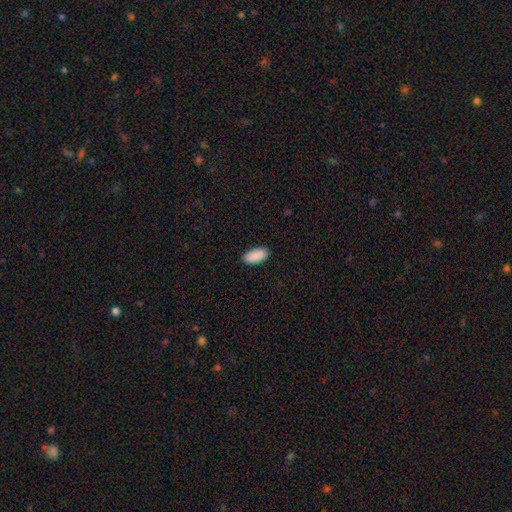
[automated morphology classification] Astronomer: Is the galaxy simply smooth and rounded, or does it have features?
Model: smooth — 91%.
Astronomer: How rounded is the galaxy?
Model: in between — 92%.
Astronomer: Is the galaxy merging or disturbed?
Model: none — 90%.